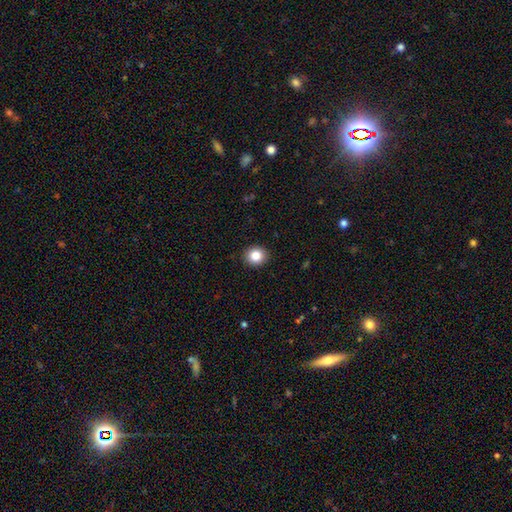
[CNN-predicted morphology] smooth 85%, star or artifact 10%, featured or disk 5%. Down the decision tree: how rounded — round (82%); merging — none (92%).